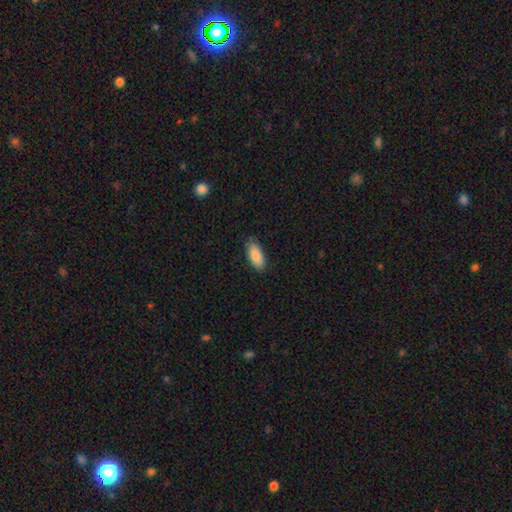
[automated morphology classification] Overall: smooth (87%). How rounded: in between (88%). Merging: none (82%).